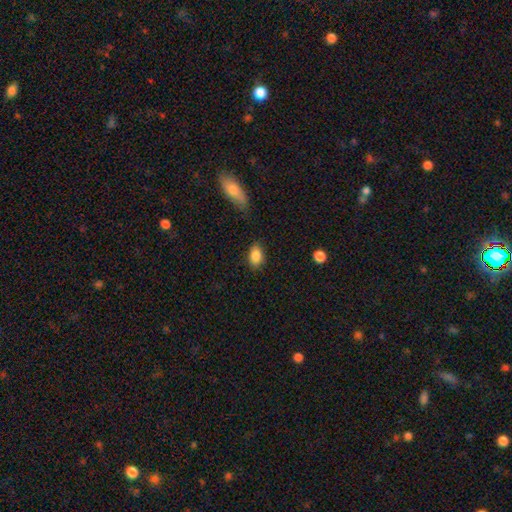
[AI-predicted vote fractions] smooth_or_featured: smooth (p=0.87) [alt: star or artifact p=0.08]
how_rounded: in between (p=0.86) [alt: round p=0.12]
merging: none (p=0.83) [alt: minor disturbance p=0.12]